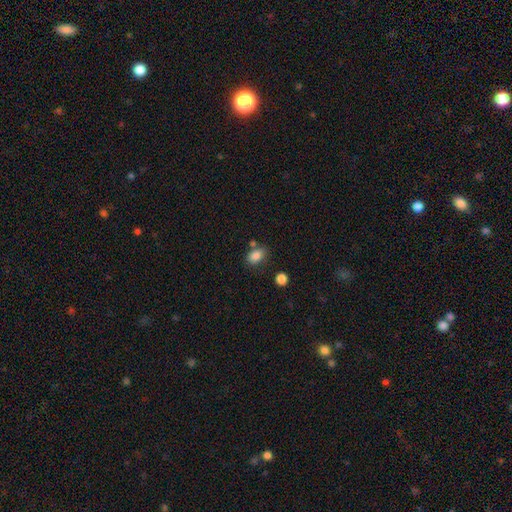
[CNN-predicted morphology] Smooth or featured?
  - smooth: 84% *
  - star or artifact: 10%
  - featured or disk: 6%
How rounded?
  - in between: 78% *
  - round: 20%
  - cigar-shaped: 1%
Merging?
  - none: 66% *
  - minor disturbance: 17%
  - merger: 12%
  - major disturbance: 5%